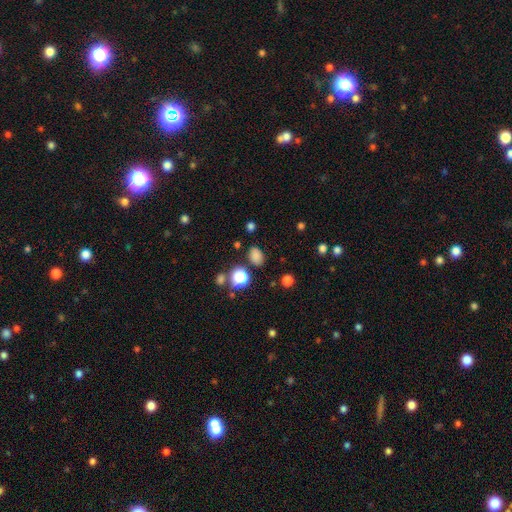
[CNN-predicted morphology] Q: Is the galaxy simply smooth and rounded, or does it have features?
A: smooth — 77%.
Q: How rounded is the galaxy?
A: in between — 71%.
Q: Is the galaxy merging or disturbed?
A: none — 82%.